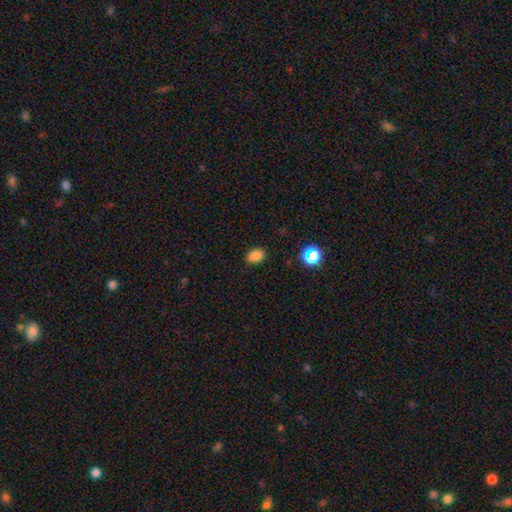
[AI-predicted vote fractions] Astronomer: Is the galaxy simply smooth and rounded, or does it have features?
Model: smooth — 82%.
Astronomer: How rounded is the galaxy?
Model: in between — 75%.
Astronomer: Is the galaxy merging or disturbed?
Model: none — 82%.